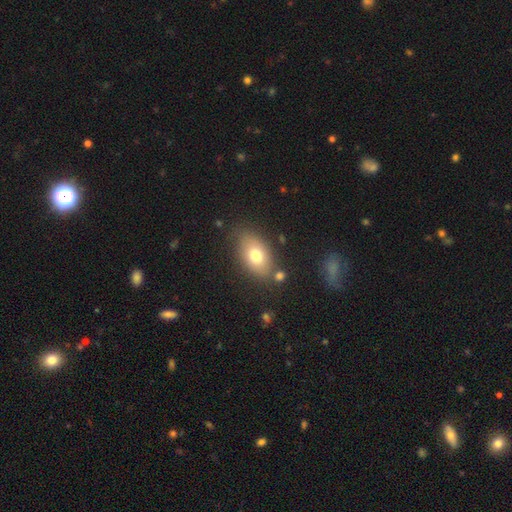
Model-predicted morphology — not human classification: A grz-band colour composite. It shows a smooth galaxy with no disk features (73%) that is in between round and cigar-shaped (87%). Merging: none (74%).